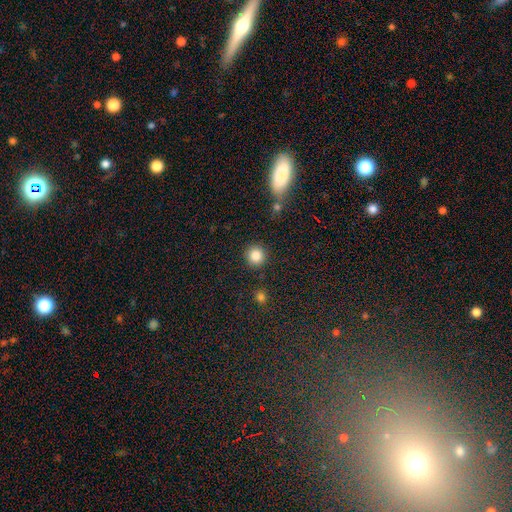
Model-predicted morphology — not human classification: The model was most divided on "smooth or featured": smooth: 85%, star or artifact: 10%, featured or disk: 5%. More confident: how rounded — round (94%); merging — none (89%).